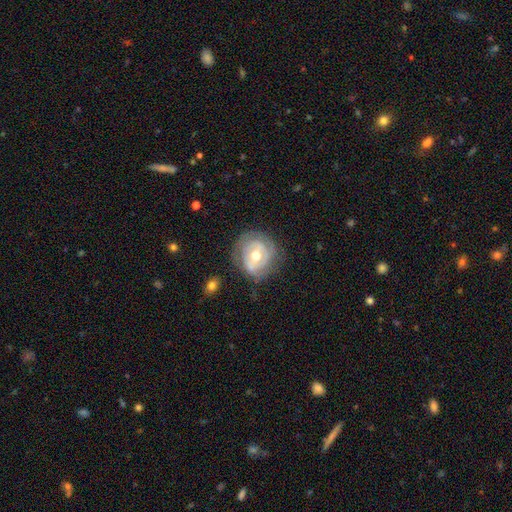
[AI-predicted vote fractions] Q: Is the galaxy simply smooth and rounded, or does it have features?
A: featured or disk — 71%.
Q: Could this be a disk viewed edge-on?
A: no — 97%.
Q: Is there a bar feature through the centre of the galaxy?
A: no — 58%.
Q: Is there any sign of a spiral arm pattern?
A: yes — 67%.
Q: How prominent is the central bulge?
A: moderate — 77%.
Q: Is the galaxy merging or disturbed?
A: none — 66%.